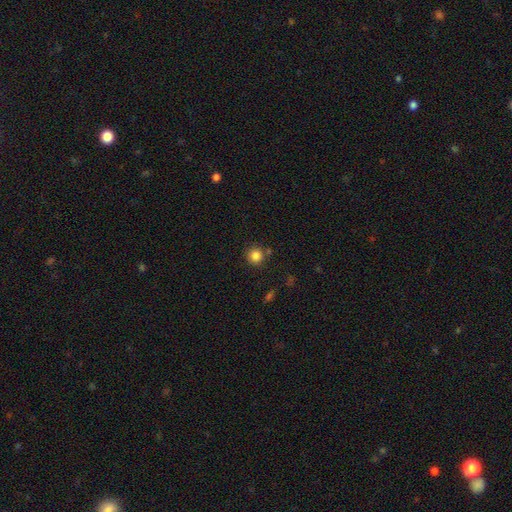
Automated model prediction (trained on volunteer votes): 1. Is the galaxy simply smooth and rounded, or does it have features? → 84% smooth, 11% star or artifact, 5% featured or disk.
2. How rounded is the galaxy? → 93% round, 6% in between, 1% cigar-shaped.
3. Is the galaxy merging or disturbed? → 82% none, 9% minor disturbance, 6% merger, 3% major disturbance.